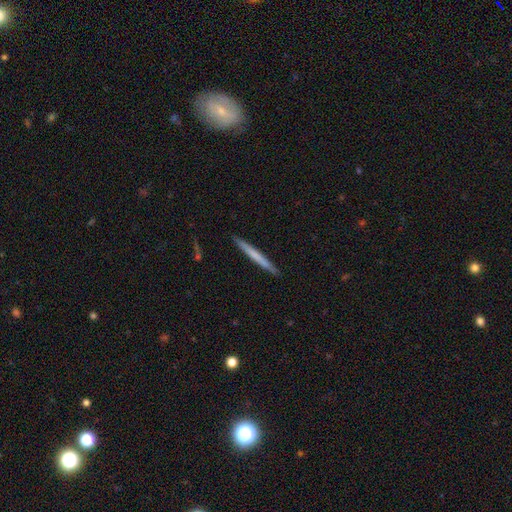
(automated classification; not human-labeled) Morphology: type=smooth (57%); roundness=cigar-shaped (97%); merging=none (91%).